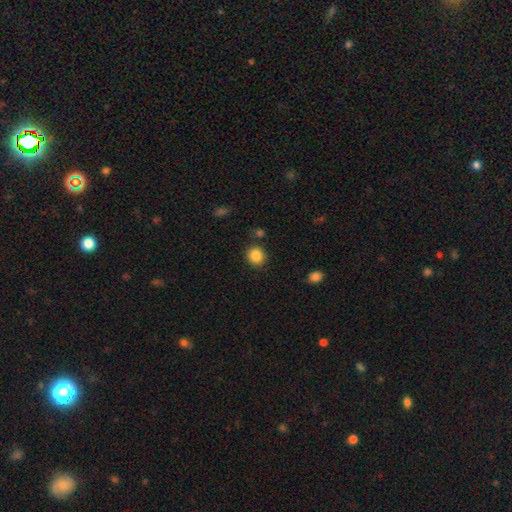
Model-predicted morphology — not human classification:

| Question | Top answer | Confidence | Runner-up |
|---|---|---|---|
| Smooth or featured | smooth | 86% | star or artifact (10%) |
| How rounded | round | 83% | in between (16%) |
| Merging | none | 85% | minor disturbance (9%) |